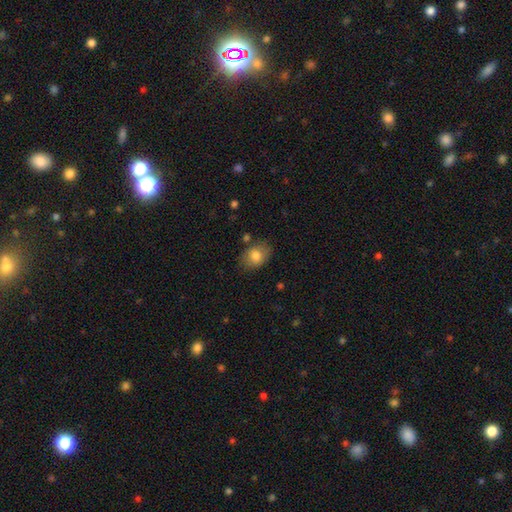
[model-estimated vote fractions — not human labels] Smooth or featured? Predicted: smooth (p=0.80). How rounded? Predicted: in between (p=0.71). Merging? Predicted: none (p=0.76).